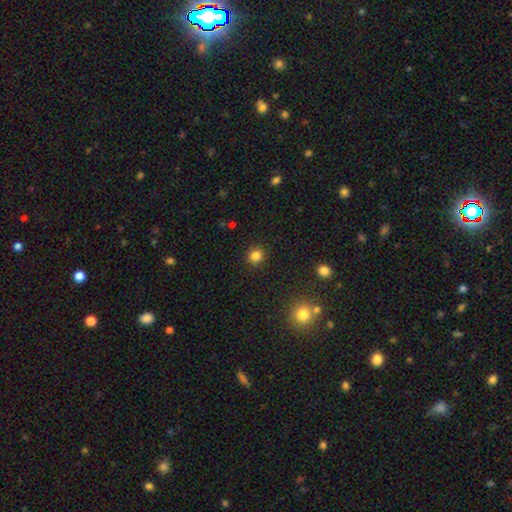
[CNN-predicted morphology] Overall: smooth (83%). How rounded: round (88%). Merging: none (90%).